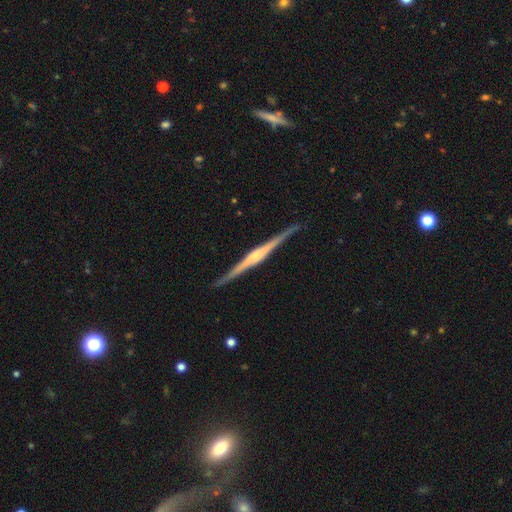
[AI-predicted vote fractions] Morphology: type=featured or disk (86%); edge-on=yes (98%); edge-on bulge=rounded (70%); merging=none (91%).